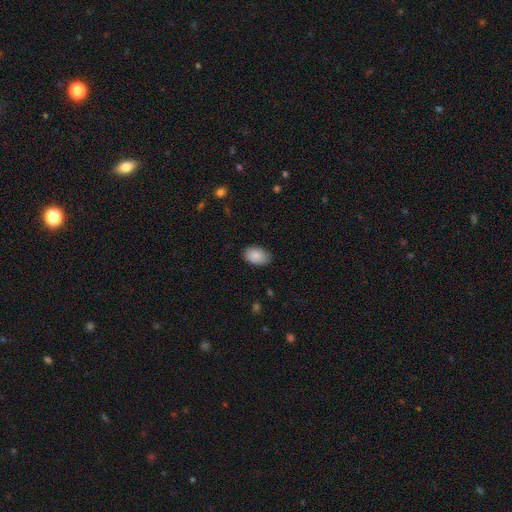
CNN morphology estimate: Overall: smooth (89%). How rounded: in between (89%). Merging: none (84%).